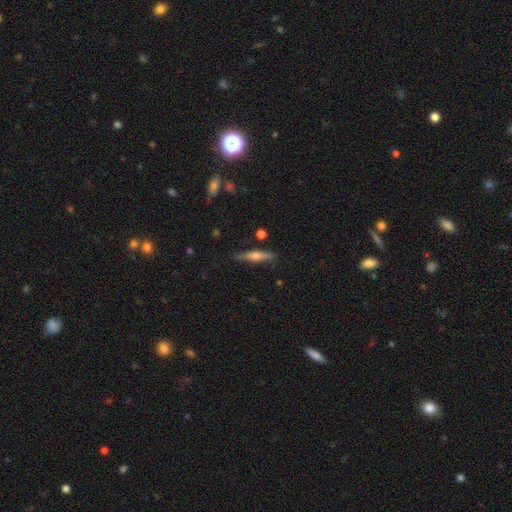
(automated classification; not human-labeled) A featured or disk galaxy (48%).

Vote fractions:
- Smooth or featured? featured or disk: 48% / smooth: 45% / star or artifact: 7%
- Merging? none: 83% / minor disturbance: 12% / major disturbance: 2% / merger: 2%